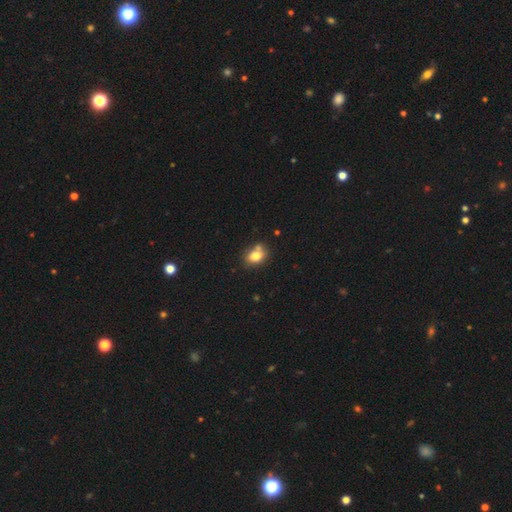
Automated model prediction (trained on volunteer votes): smooth-or-featured: smooth: 79% | featured or disk: 11% | star or artifact: 10%
  how-rounded: in between: 64% | round: 35% | cigar-shaped: 1%
  merging: none: 58% | merger: 21% | minor disturbance: 16% | major disturbance: 4%